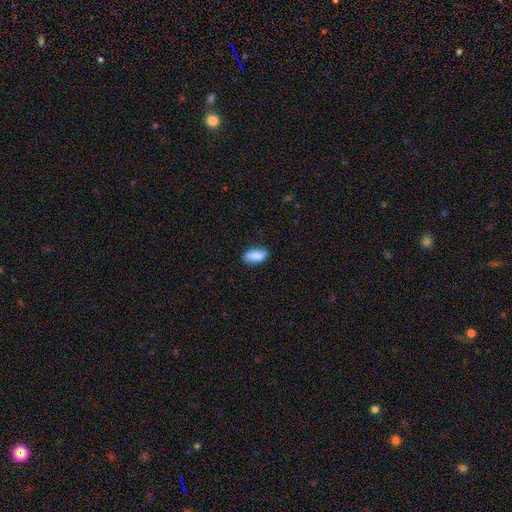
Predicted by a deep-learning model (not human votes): Q: Smooth or featured?
A: smooth (87%); runner-up: featured or disk (7%)
Q: How rounded?
A: in between (88%); runner-up: cigar-shaped (10%)
Q: Merging?
A: none (83%); runner-up: minor disturbance (13%)